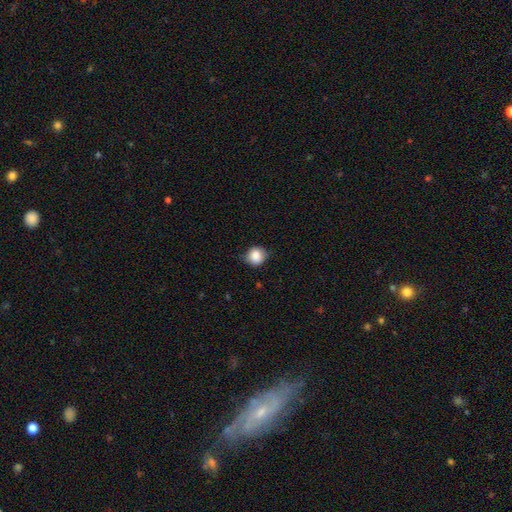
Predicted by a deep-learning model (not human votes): Smooth or featured: smooth — 86% (star or artifact — 9%)
How rounded: round — 83% (in between — 16%)
Merging: none — 74% (minor disturbance — 21%)